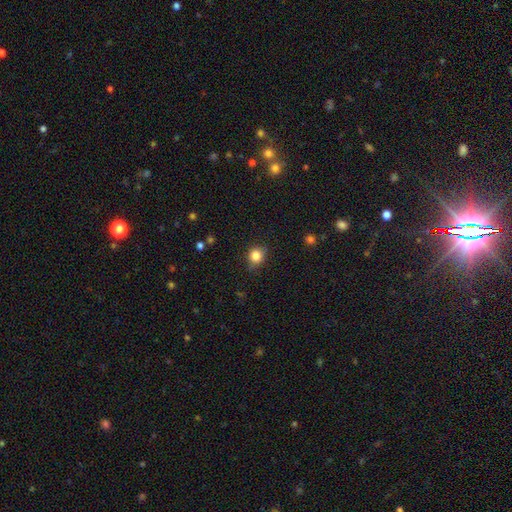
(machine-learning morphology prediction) smooth-or-featured: smooth: 83% | star or artifact: 11% | featured or disk: 6%
  how-rounded: round: 76% | in between: 23% | cigar-shaped: 1%
  merging: none: 75% | minor disturbance: 19% | major disturbance: 4% | merger: 1%